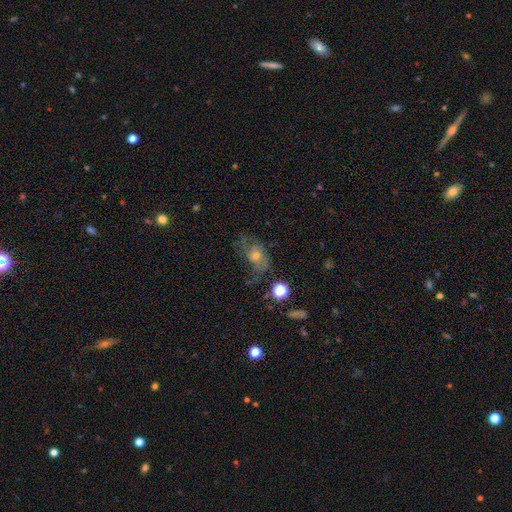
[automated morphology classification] This appears to be a featured or disk galaxy (59%) with no bar (76%), spiral arms (74%) and a moderate central bulge (50%). Merging: none (48%).